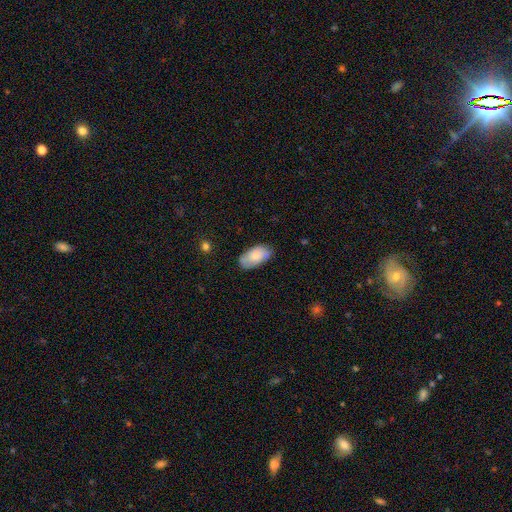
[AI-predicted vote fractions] This is likely a smooth galaxy (79%). How rounded: clearly in between (95%). Merging: likely none (75%).